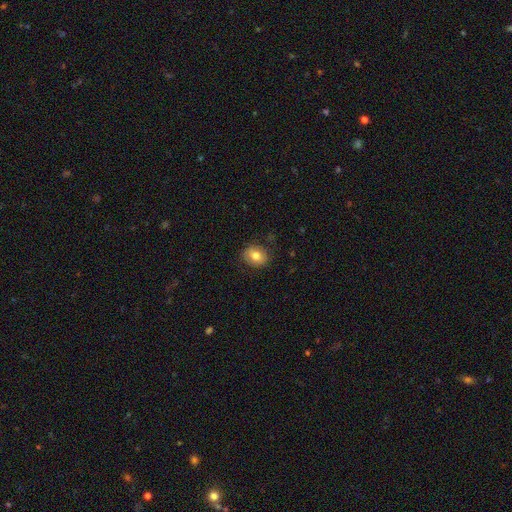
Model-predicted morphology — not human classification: Overall: smooth (78%). How rounded: round (55%; in between 44%). Merging: none (83%).